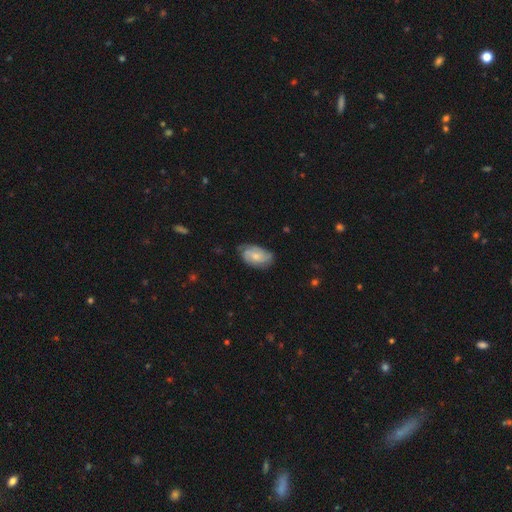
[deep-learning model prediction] smooth_or_featured: featured or disk (p=0.55) [alt: smooth p=0.38]
disk_edge_on: no (p=0.96) [alt: yes p=0.04]
bar: no (p=0.69) [alt: weak p=0.27]
has_spiral_arms: yes (p=0.89) [alt: no p=0.11]
bulge_size: small (p=0.50) [alt: moderate p=0.40]
merging: none (p=0.67) [alt: minor disturbance p=0.26]